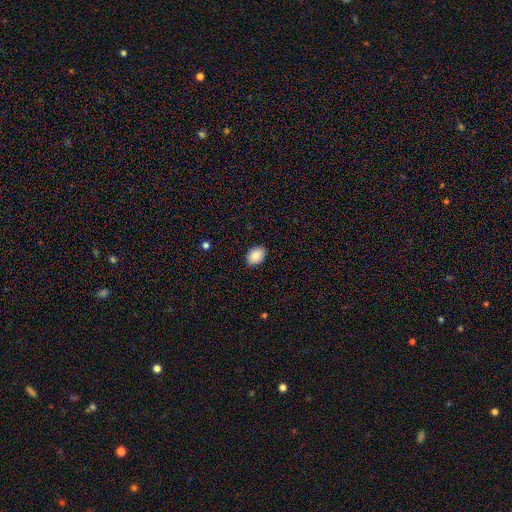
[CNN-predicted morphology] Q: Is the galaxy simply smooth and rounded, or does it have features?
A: smooth — 89%.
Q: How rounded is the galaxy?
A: in between — 72%.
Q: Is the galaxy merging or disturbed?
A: none — 90%.